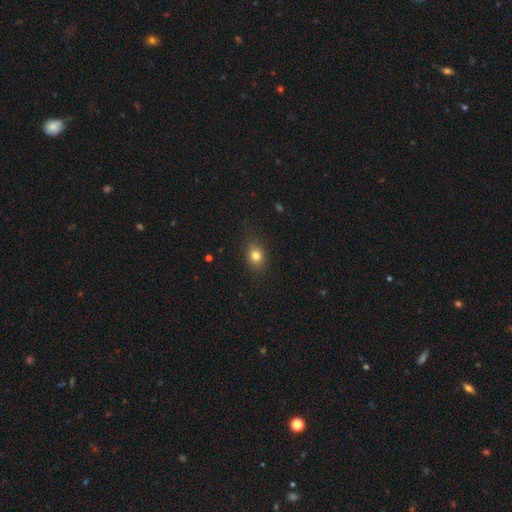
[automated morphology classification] Smooth or featured? Predicted: smooth (p=0.80). How rounded? Predicted: round (p=0.52). Merging? Predicted: none (p=0.85).